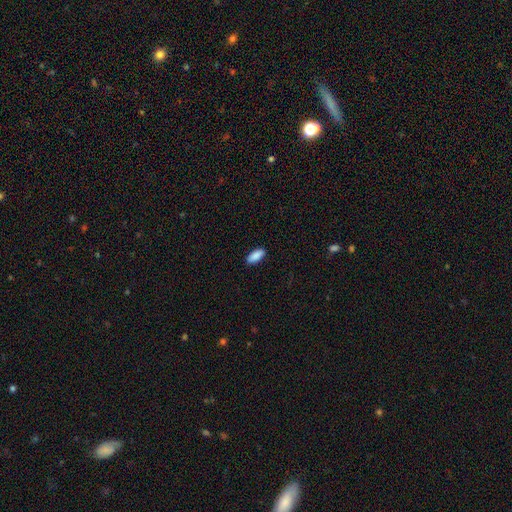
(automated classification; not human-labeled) Morphology: type=smooth (89%); roundness=in between (80%); merging=none (88%).